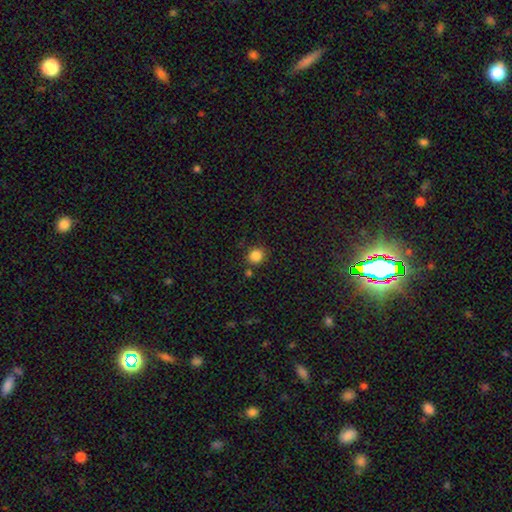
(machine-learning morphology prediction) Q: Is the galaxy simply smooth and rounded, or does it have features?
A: smooth — 85%.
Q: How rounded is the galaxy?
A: round — 87%.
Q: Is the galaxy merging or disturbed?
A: none — 81%.